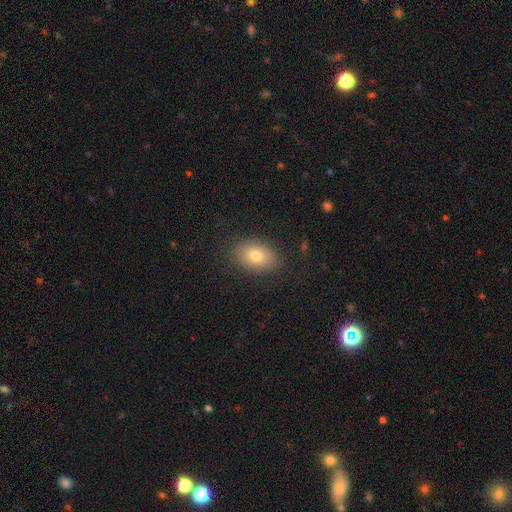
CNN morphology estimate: Overall: smooth (77%). How rounded: in between (85%). Merging: none (86%).